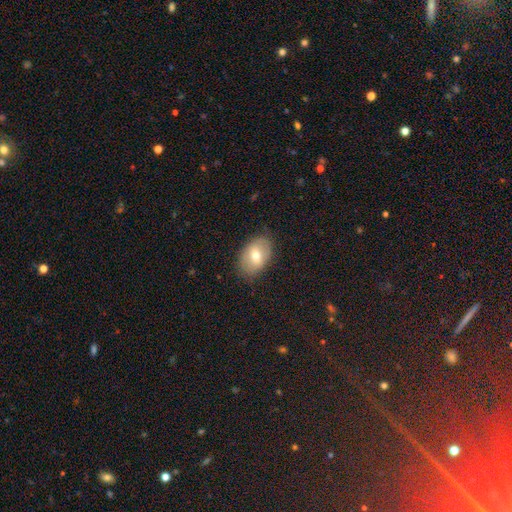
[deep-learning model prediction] A smooth galaxy with no disk features (60%) that is in between round and cigar-shaped (83%). Merging: none (80%).